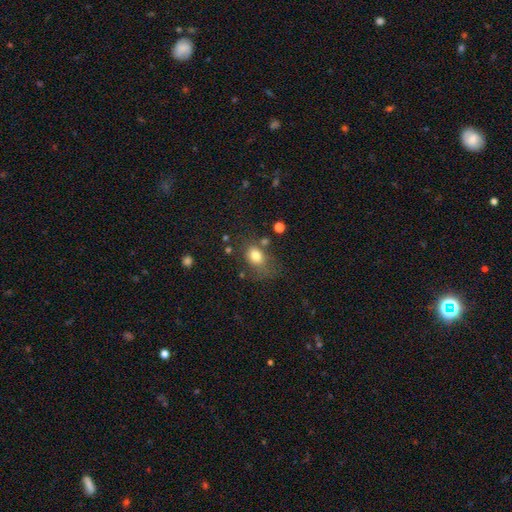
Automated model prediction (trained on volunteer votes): This is likely a smooth galaxy (78%). How rounded: likely in between (71%). Merging: possibly none (54%).